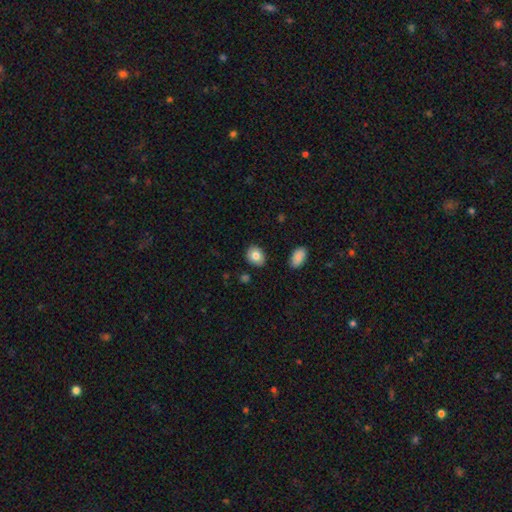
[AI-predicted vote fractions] Smooth or featured?
  - smooth: 80% *
  - featured or disk: 12%
  - star or artifact: 8%
How rounded?
  - in between: 55% *
  - round: 44%
  - cigar-shaped: 1%
Merging?
  - none: 85% *
  - minor disturbance: 10%
  - major disturbance: 2%
  - merger: 2%